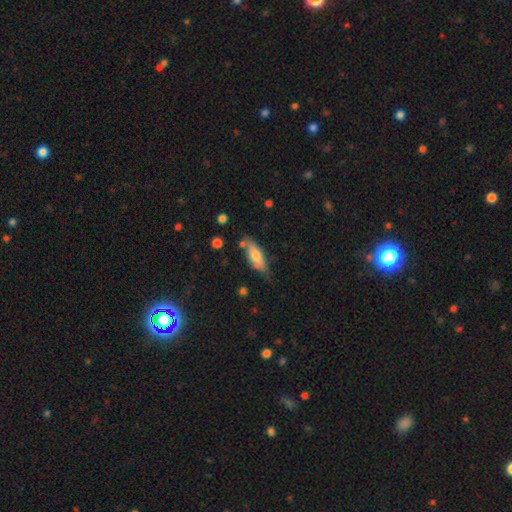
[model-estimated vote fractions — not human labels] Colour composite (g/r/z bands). It shows a smooth galaxy with no disk features (62%) that is in between round and cigar-shaped (60%). Merging: none (64%).